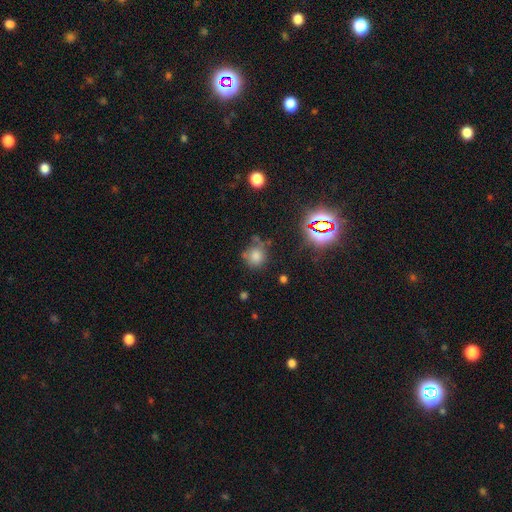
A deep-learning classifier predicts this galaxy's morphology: A smooth galaxy with no disk features (69%) that is round (84%). Merging: none (63%).